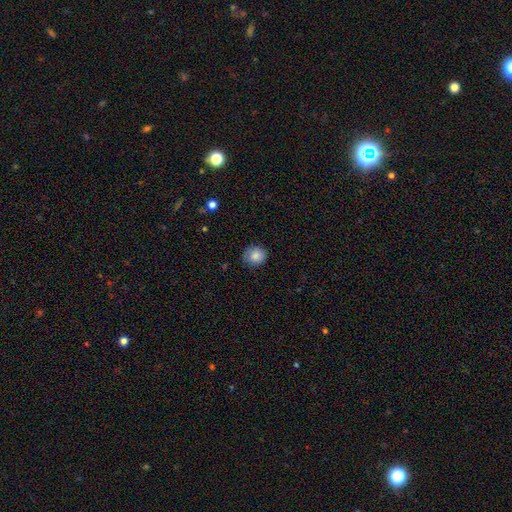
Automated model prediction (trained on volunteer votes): A smooth galaxy with no disk features (84%) that is round (76%).

Vote fractions:
- Smooth or featured? smooth: 84% / star or artifact: 9% / featured or disk: 7%
- How rounded? round: 76% / in between: 23% / cigar-shaped: 1%
- Merging? none: 80% / minor disturbance: 16% / major disturbance: 3% / merger: 1%